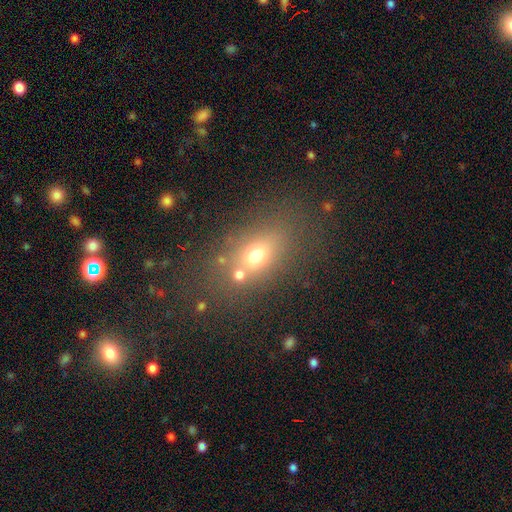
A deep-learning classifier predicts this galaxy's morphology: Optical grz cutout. It shows a smooth galaxy with no disk features (64%) that is in between round and cigar-shaped (67%). Merging: none (62%).